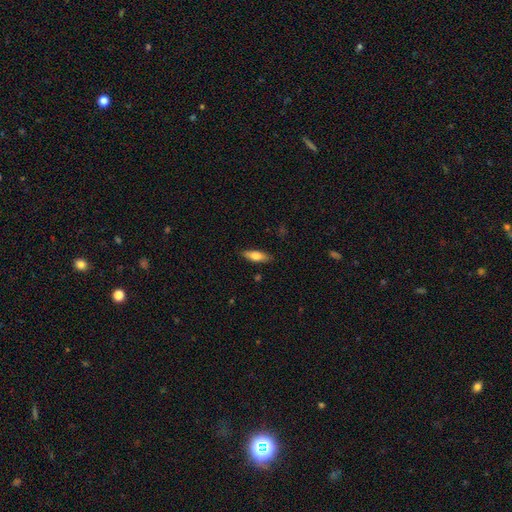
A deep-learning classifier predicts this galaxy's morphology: smooth_or_featured: smooth (p=0.71) [alt: featured or disk p=0.22]
how_rounded: in between (p=0.58) [alt: cigar-shaped p=0.40]
merging: none (p=0.86) [alt: minor disturbance p=0.10]